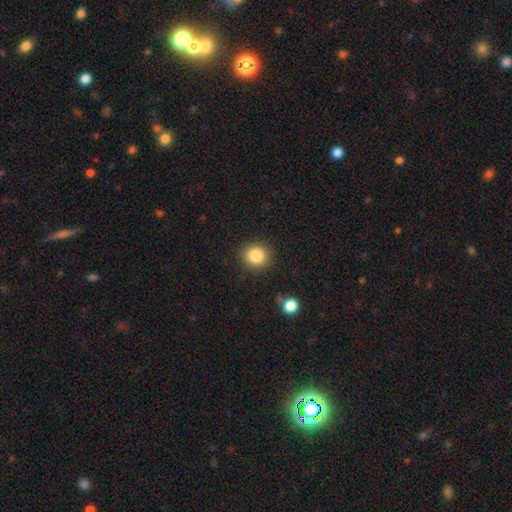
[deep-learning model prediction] The model was most divided on "how rounded": round: 83%, in between: 16%, cigar-shaped: 1%. More confident: merging — none (88%); smooth or featured — smooth (86%).